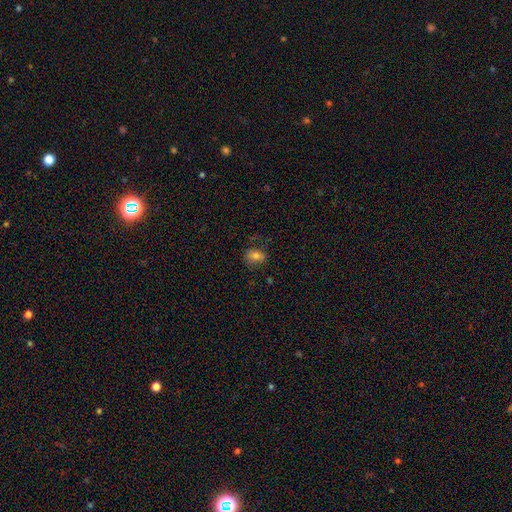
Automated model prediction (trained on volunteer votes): Overall: smooth (77%). How rounded: in between (69%). Merging: none (68%).